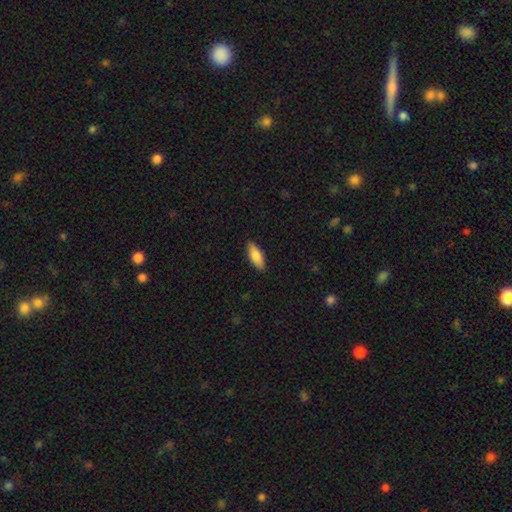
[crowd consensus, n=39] Smooth or featured: smooth — 90% (featured or disk — 10%)
How rounded: in between — 51% (cigar-shaped — 46%)
Merging: none — 82% (minor disturbance — 10%)